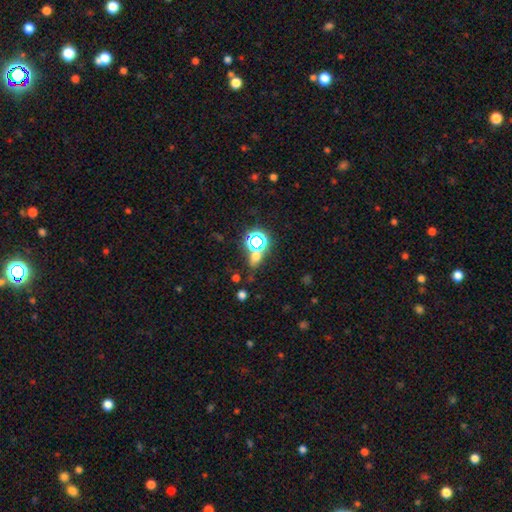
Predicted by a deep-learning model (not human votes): smooth-or-featured: star or artifact: 51% | smooth: 40% | featured or disk: 9%